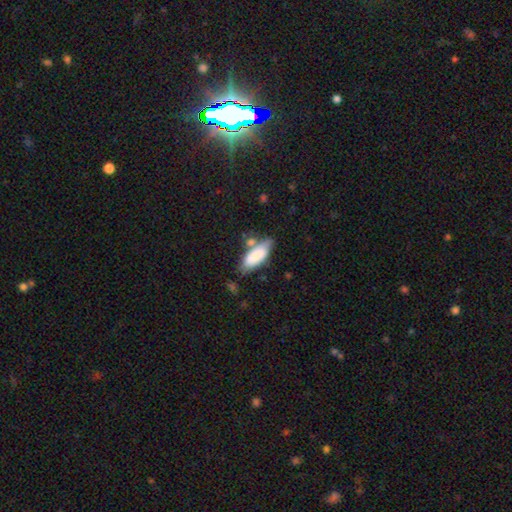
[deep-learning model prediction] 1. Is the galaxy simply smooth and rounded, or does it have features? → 82% smooth, 12% featured or disk, 7% star or artifact.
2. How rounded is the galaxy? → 78% in between, 20% cigar-shaped, 2% round.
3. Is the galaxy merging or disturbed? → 54% none, 24% minor disturbance, 15% merger, 7% major disturbance.